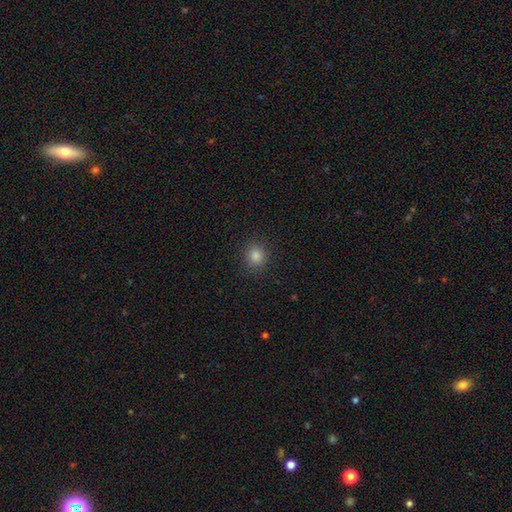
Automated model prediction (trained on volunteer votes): This appears to be a smooth galaxy with no disk features (82%) that is round (86%). Merging: none (91%).